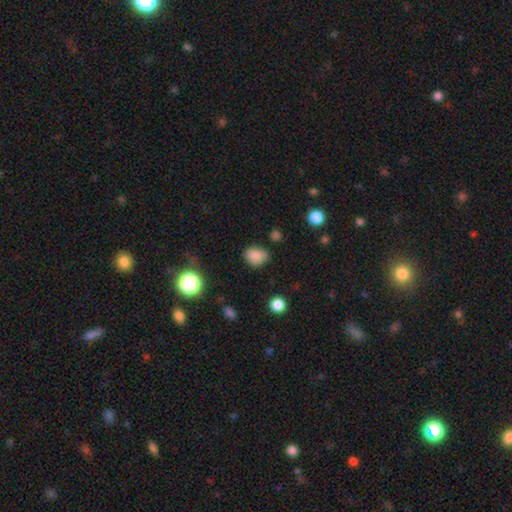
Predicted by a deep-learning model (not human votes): Smooth or featured: smooth — 82% (star or artifact — 12%)
How rounded: in between — 59% (round — 40%)
Merging: none — 69% (minor disturbance — 23%)